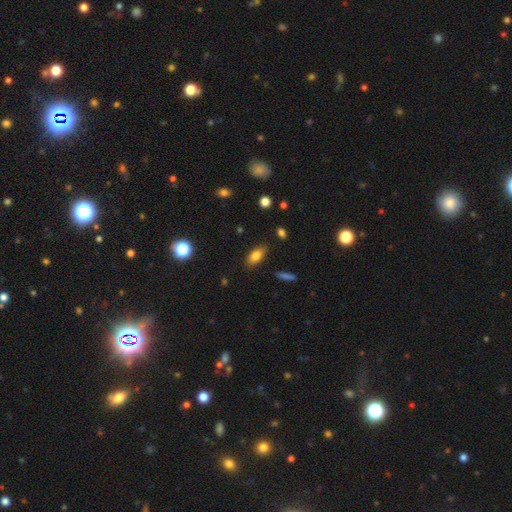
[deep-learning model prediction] Morphology: type=smooth (80%); roundness=in between (87%); merging=none (84%).